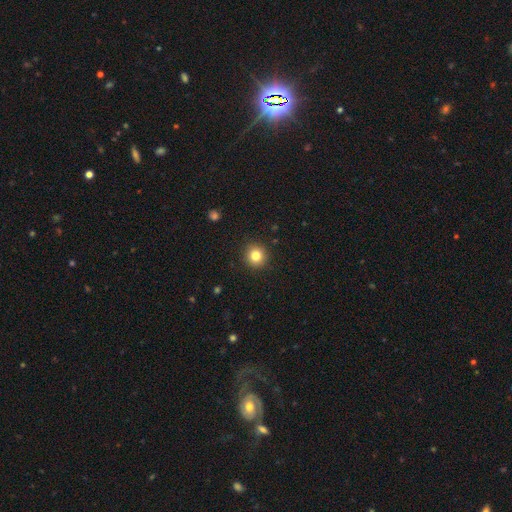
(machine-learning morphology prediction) Overall: smooth (82%). How rounded: round (93%). Merging: none (92%).